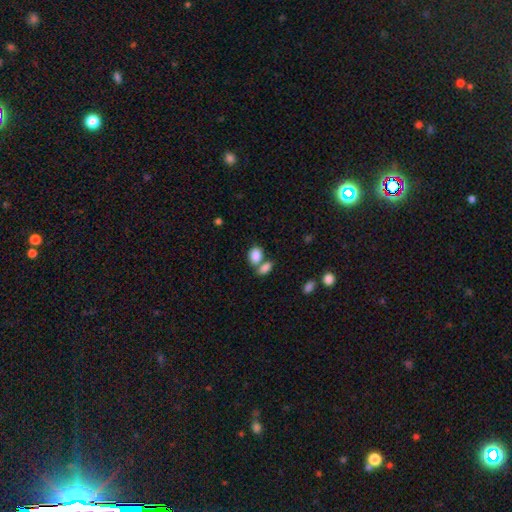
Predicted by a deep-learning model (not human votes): Smooth or featured? Predicted: smooth (p=0.86). How rounded? Predicted: in between (p=0.75). Merging? Predicted: merger (p=0.46).